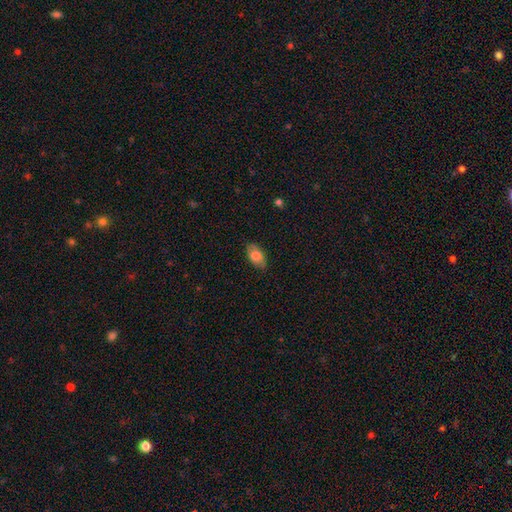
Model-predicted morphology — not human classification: A smooth galaxy with no disk features (76%) that is in between round and cigar-shaped (91%). Merging: none (81%).